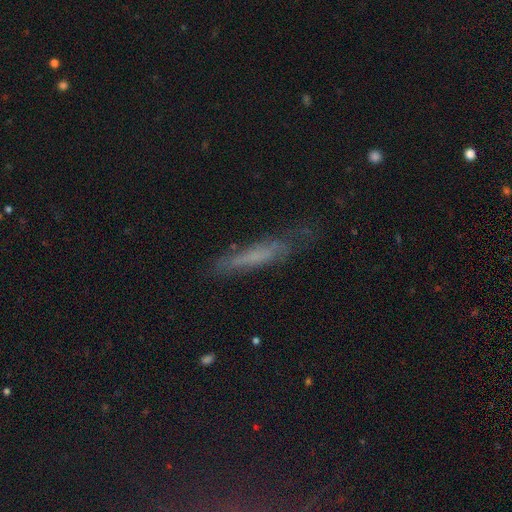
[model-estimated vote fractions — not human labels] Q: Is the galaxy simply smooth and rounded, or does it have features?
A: smooth — 45%.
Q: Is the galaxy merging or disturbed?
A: none — 64%.